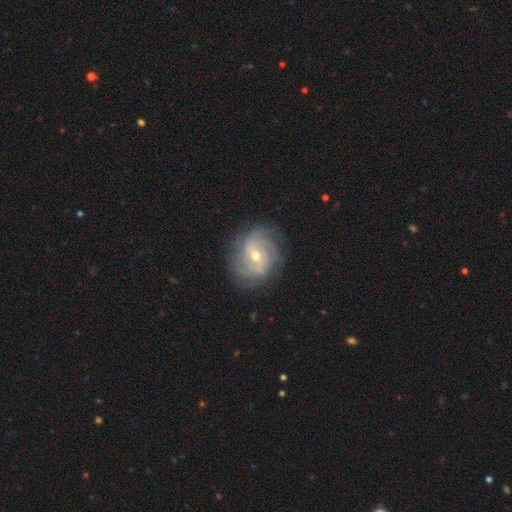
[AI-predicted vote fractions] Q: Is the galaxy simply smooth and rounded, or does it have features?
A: featured or disk — 86%.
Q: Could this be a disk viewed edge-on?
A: no — 97%.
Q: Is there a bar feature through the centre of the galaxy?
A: no — 45%.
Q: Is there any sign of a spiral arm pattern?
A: yes — 97%.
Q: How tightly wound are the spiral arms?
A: tight — 65%.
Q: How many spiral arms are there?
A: can't tell — 27%.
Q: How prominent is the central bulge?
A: moderate — 51%.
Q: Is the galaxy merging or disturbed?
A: none — 80%.